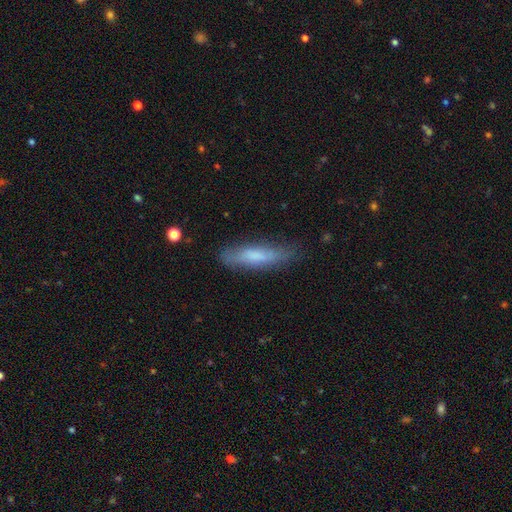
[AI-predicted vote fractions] A smooth galaxy with no disk features (66%) that is cigar-shaped (74%).

Vote fractions:
- Smooth or featured? smooth: 66% / featured or disk: 27% / star or artifact: 7%
- How rounded? cigar-shaped: 74% / in between: 25% / round: 1%
- Merging? none: 73% / minor disturbance: 20% / major disturbance: 5% / merger: 2%